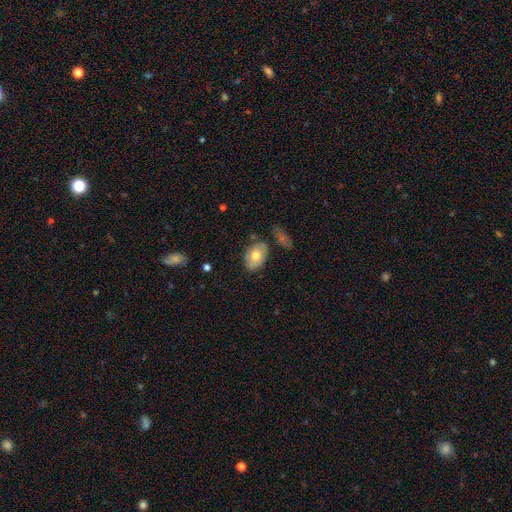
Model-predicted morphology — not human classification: Overall: smooth (72%). How rounded: in between (85%). Merging: none (70%).